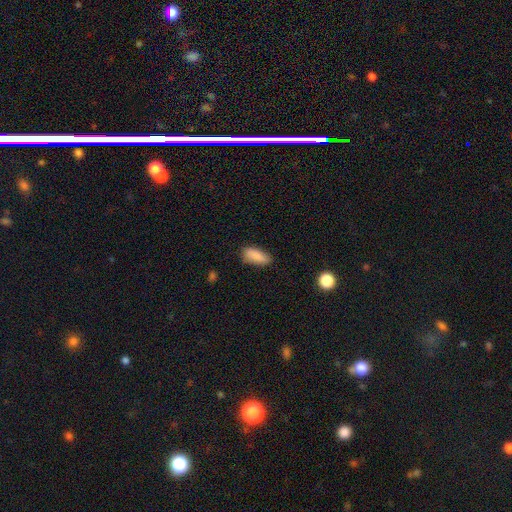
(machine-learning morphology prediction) Q: Smooth or featured?
A: smooth (87%); runner-up: star or artifact (7%)
Q: How rounded?
A: in between (78%); runner-up: cigar-shaped (19%)
Q: Merging?
A: none (75%); runner-up: minor disturbance (20%)